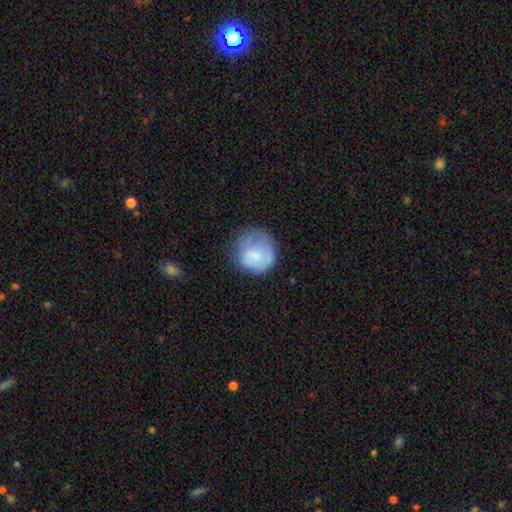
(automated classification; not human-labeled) Smooth or featured? Predicted: smooth (p=0.71). How rounded? Predicted: round (p=0.83). Merging? Predicted: none (p=0.47).